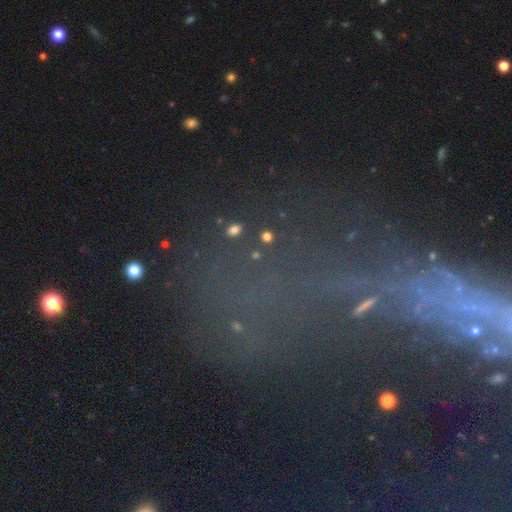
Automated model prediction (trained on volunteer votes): This appears to be a star or artifact, not a galaxy (56%).